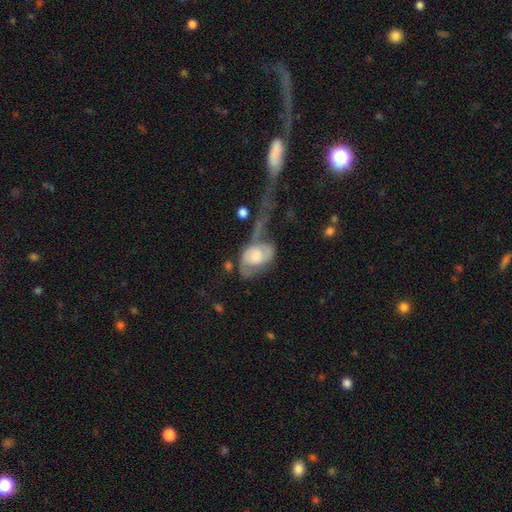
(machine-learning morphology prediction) type=featured or disk (55%); edge-on=no (95%); bar=no (70%); spiral arms=yes (65%); bulge=moderate (58%); merging=major disturbance (42%).